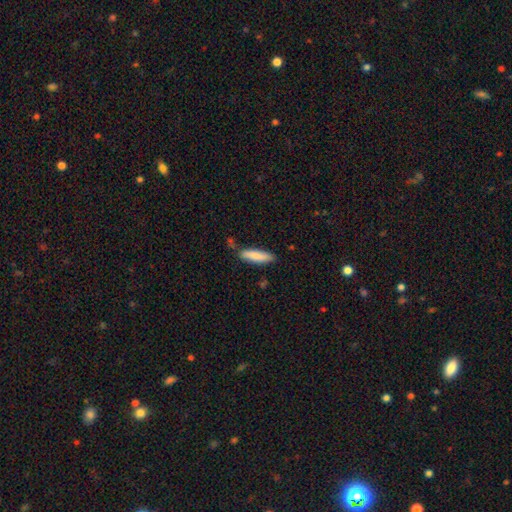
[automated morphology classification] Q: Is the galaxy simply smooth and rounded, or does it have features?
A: smooth — 84%.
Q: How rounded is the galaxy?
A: cigar-shaped — 69%.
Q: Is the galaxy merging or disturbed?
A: none — 77%.